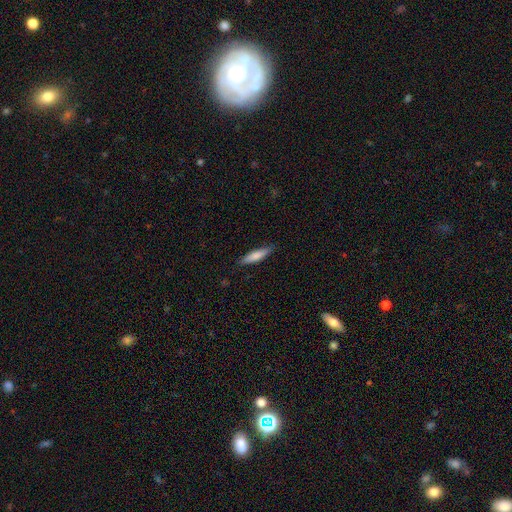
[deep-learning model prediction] Morphology: type=smooth (75%); roundness=cigar-shaped (80%); merging=none (87%).